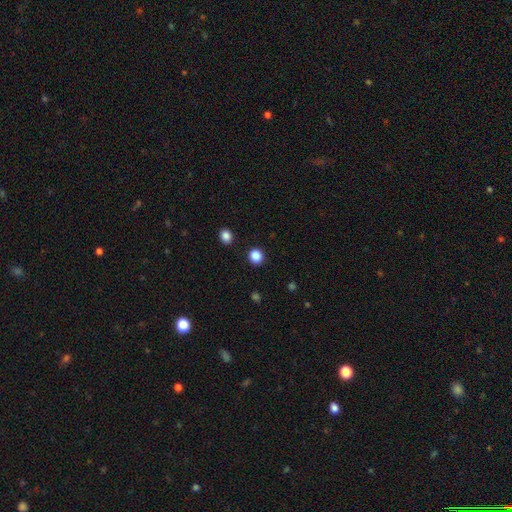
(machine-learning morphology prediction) Smooth or featured? Predicted: smooth (p=0.86). How rounded? Predicted: round (p=0.87). Merging? Predicted: none (p=0.91).